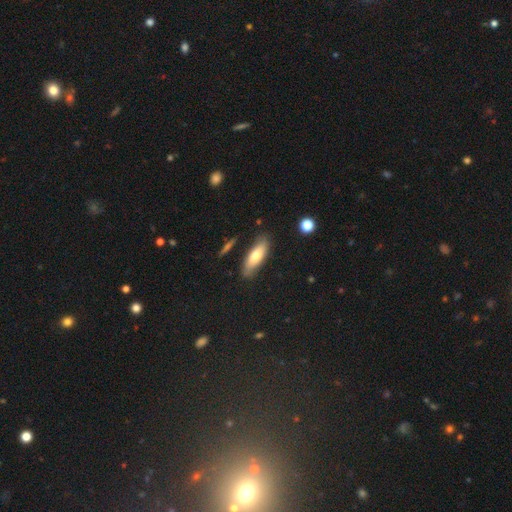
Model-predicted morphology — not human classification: Smooth or featured?
  - smooth: 70% *
  - featured or disk: 23%
  - star or artifact: 6%
How rounded?
  - in between: 58% *
  - cigar-shaped: 40%
  - round: 2%
Merging?
  - none: 80% *
  - minor disturbance: 14%
  - major disturbance: 3%
  - merger: 3%